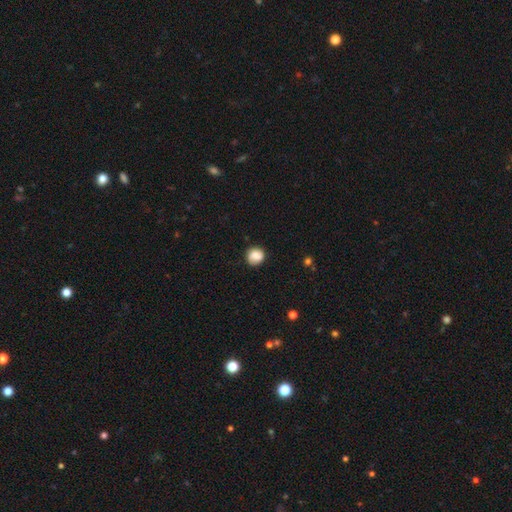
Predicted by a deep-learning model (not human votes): smooth-or-featured: smooth: 77% | featured or disk: 15% | star or artifact: 9%
  how-rounded: round: 84% | in between: 15% | cigar-shaped: 1%
  merging: none: 75% | minor disturbance: 19% | major disturbance: 5% | merger: 2%